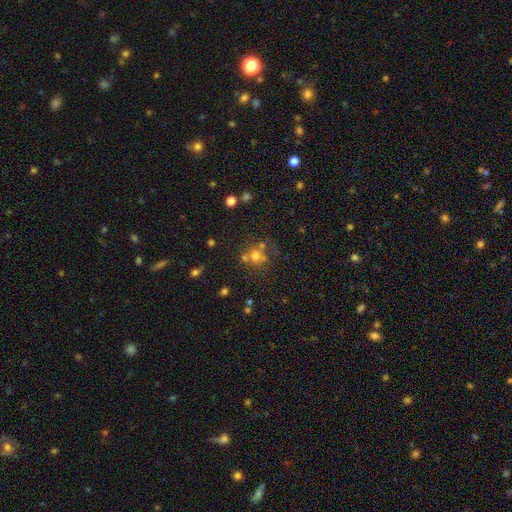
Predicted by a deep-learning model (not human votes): Morphology: type=smooth (58%); roundness=round (86%); merging=none (53%).